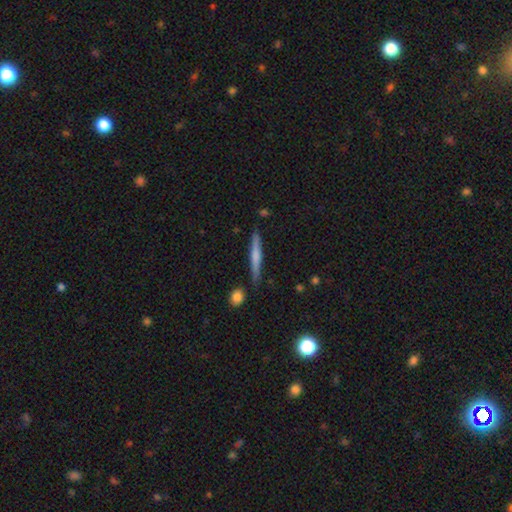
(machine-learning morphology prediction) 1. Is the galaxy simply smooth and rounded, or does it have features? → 51% smooth, 44% featured or disk, 6% star or artifact.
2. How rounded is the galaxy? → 94% cigar-shaped, 4% in between, 2% round.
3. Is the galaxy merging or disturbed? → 86% none, 9% minor disturbance, 2% merger, 2% major disturbance.